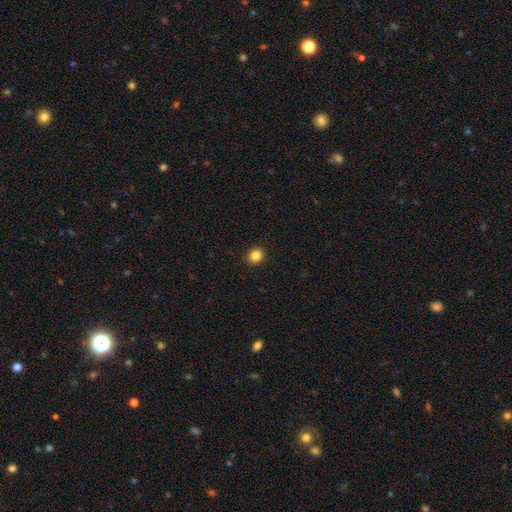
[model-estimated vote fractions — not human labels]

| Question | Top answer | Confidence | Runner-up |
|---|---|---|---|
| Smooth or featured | smooth | 85% | star or artifact (11%) |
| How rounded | round | 80% | in between (19%) |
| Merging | none | 92% | minor disturbance (6%) |